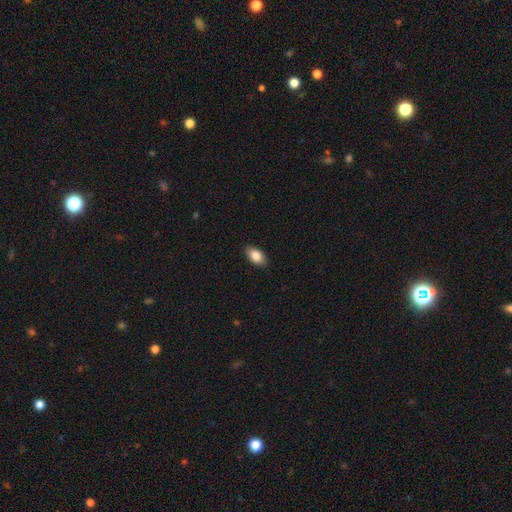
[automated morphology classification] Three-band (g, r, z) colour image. It shows a smooth galaxy with no disk features (86%) that is in between round and cigar-shaped (92%). Merging: none (88%).